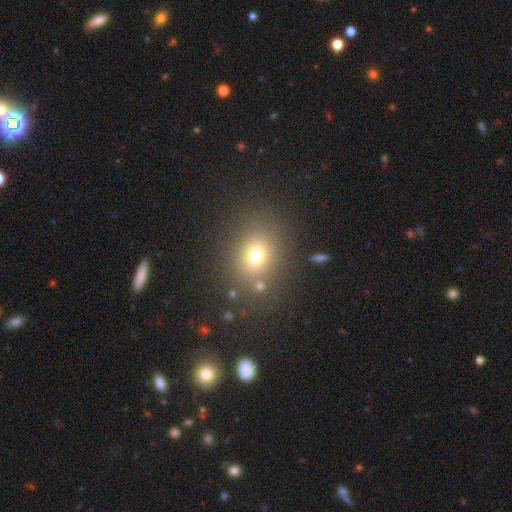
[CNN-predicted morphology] Smooth or featured? smooth (72%)
How rounded? in between (50%)
Merging? none (80%)